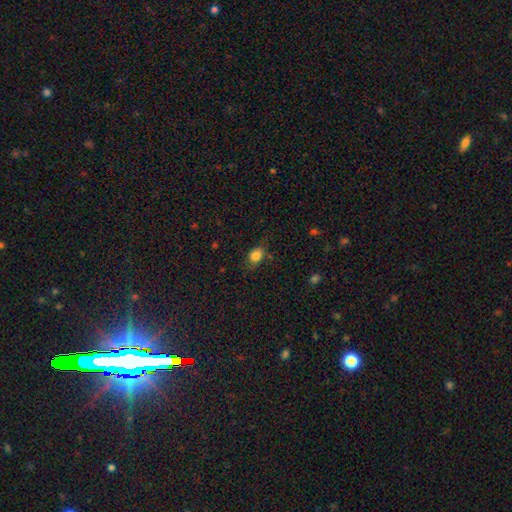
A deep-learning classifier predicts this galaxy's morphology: Smooth or featured? smooth (83%)
How rounded? in between (62%)
Merging? none (70%)